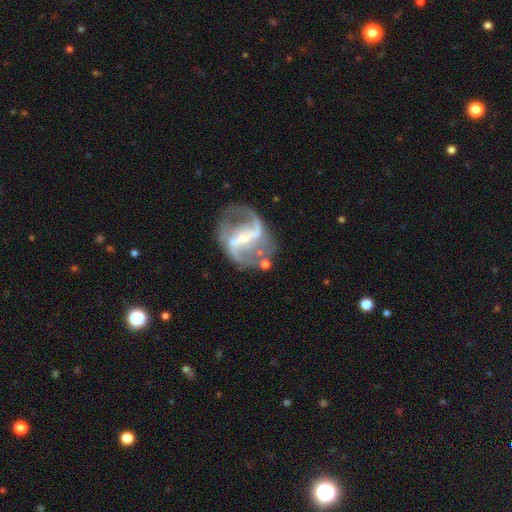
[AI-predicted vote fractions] smooth-or-featured: featured or disk: 88% | star or artifact: 6% | smooth: 5%
  disk-edge-on: no: 97% | yes: 3%
    bar: strong: 59% | weak: 30% | no: 11%
    has-spiral-arms: yes: 94% | no: 6%
      spiral-winding: loose: 48% | medium: 40% | tight: 12%
      spiral-arm-count: 2: 89% | can't tell: 4% | 1: 2% | 3: 2% | 4: 1% | more than 4: 1%
    bulge-size: small: 66% | moderate: 26% | none: 5% | large: 2% | dominant: 1%
  merging: none: 69% | minor disturbance: 16% | major disturbance: 11% | merger: 4%